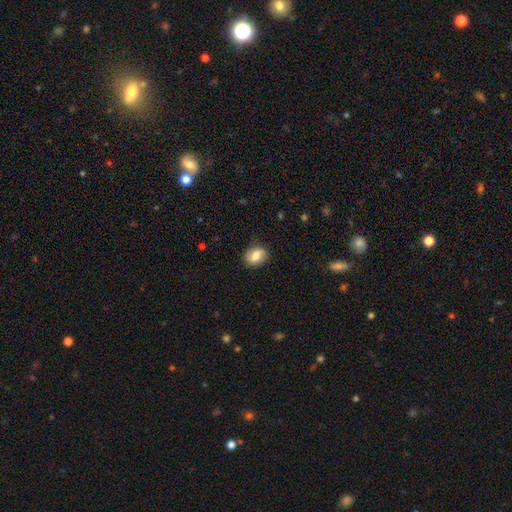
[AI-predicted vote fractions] smooth-or-featured: smooth: 76% | featured or disk: 16% | star or artifact: 8%
  how-rounded: in between: 61% | round: 38% | cigar-shaped: 1%
  merging: none: 80% | minor disturbance: 15% | major disturbance: 3% | merger: 1%